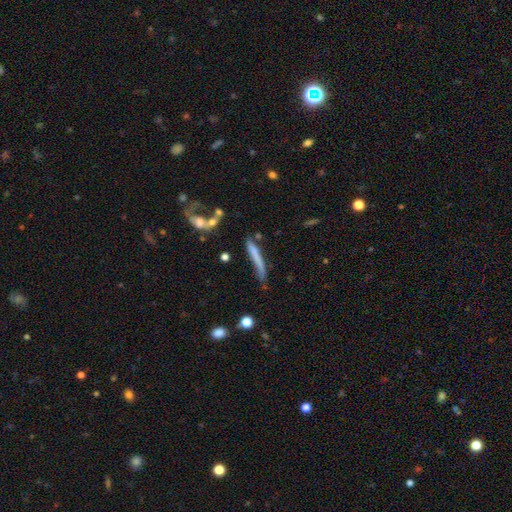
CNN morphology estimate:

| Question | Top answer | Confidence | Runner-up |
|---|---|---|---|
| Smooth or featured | smooth | 61% | featured or disk (31%) |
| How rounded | cigar-shaped | 92% | in between (6%) |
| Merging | none | 49% | minor disturbance (26%) |